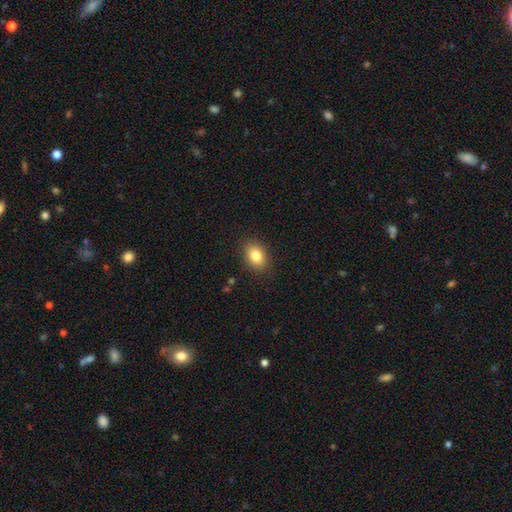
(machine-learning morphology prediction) This appears to be a smooth galaxy with no disk features (83%) that is in between round and cigar-shaped (74%). Merging: none (87%).